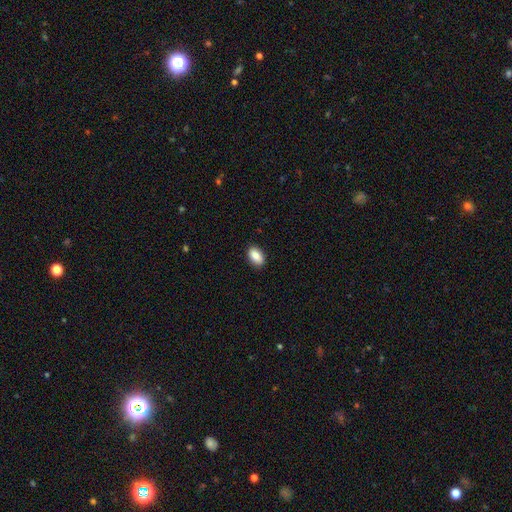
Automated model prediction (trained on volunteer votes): A smooth galaxy with no disk features (87%) that is in between round and cigar-shaped (91%).

Vote fractions:
- Smooth or featured? smooth: 87% / star or artifact: 7% / featured or disk: 6%
- How rounded? in between: 91% / round: 7% / cigar-shaped: 2%
- Merging? none: 90% / minor disturbance: 8% / major disturbance: 2% / merger: 1%